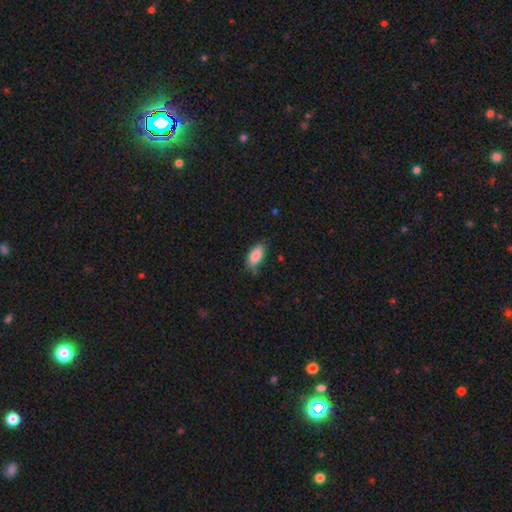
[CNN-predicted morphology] The model was most divided on "merging": none: 68%, minor disturbance: 25%, major disturbance: 4%, merger: 2%. More confident: how rounded — in between (90%); smooth or featured — smooth (86%).